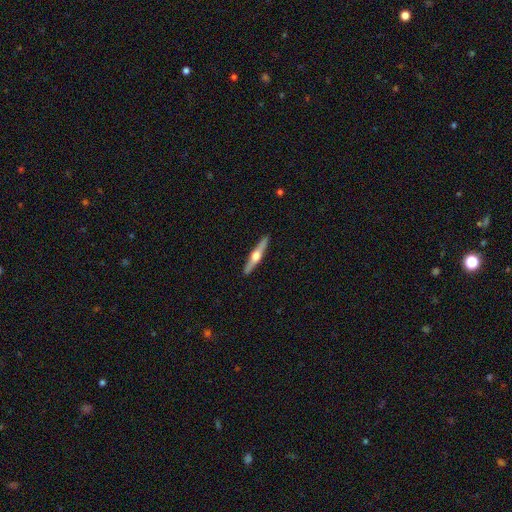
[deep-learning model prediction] This appears to be a featured or disk galaxy (67%) viewed edge-on (97%) with a rounded central bulge (94%). Merging: none (92%).